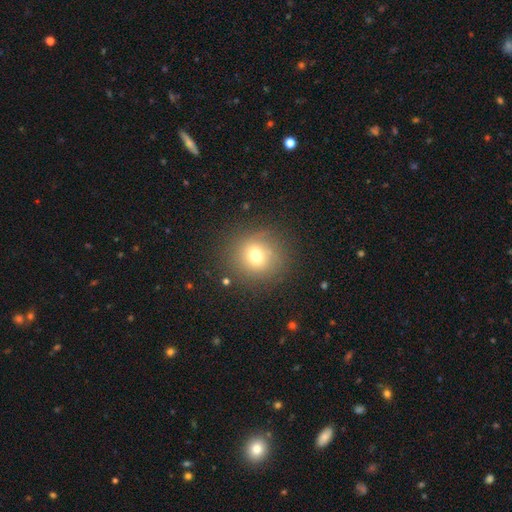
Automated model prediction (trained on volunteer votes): Smooth or featured?
  - smooth: 70% *
  - star or artifact: 16%
  - featured or disk: 14%
How rounded?
  - round: 89% *
  - in between: 10%
  - cigar-shaped: 1%
Merging?
  - none: 84% *
  - minor disturbance: 10%
  - major disturbance: 5%
  - merger: 2%